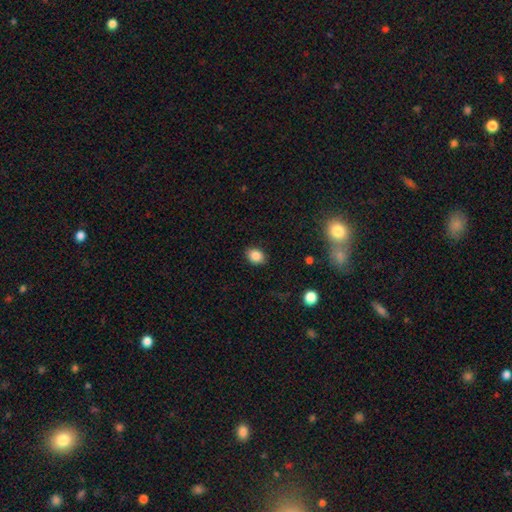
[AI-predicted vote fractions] smooth 85%, star or artifact 10%, featured or disk 5%. Down the decision tree: how rounded — in between (61%); merging — none (87%).